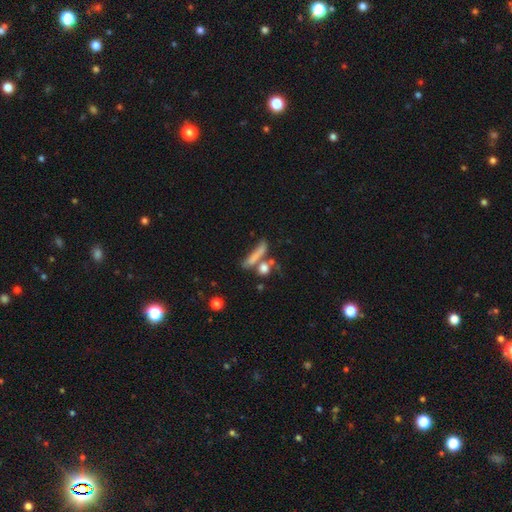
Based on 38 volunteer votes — smooth_or_featured: smooth (p=0.74) [alt: featured or disk p=0.24]
how_rounded: cigar-shaped (p=0.82) [alt: in between p=0.14]
merging: none (p=0.54) [alt: minor disturbance p=0.24]